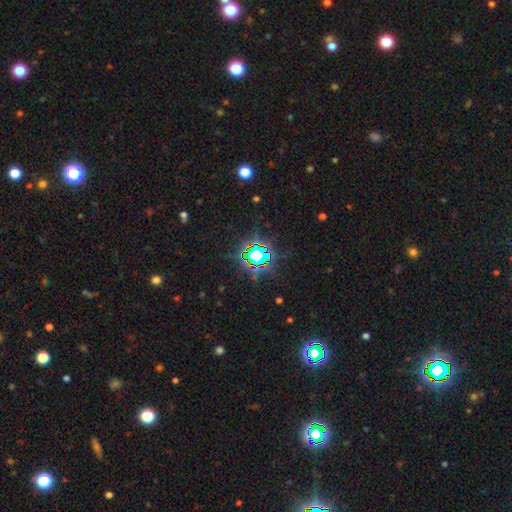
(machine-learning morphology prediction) star or artifact 75%, smooth 15%, featured or disk 11%.